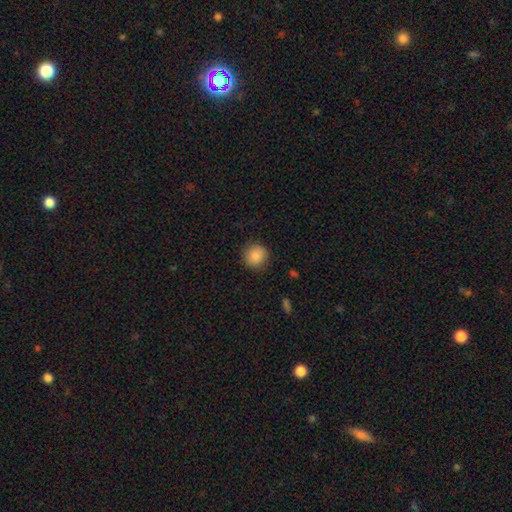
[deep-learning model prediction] smooth-or-featured: smooth: 88% | star or artifact: 9% | featured or disk: 4%
  how-rounded: round: 92% | in between: 7% | cigar-shaped: 1%
  merging: none: 89% | minor disturbance: 8% | major disturbance: 2% | merger: 1%